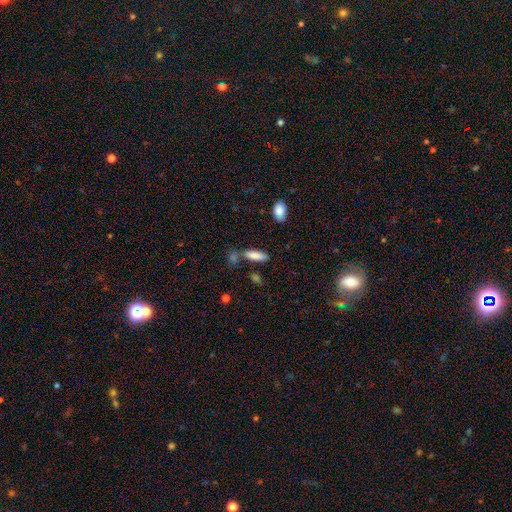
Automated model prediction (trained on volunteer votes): Smooth or featured: smooth — 83% (featured or disk — 10%)
How rounded: cigar-shaped — 51% (in between — 47%)
Merging: none — 70% (minor disturbance — 14%)